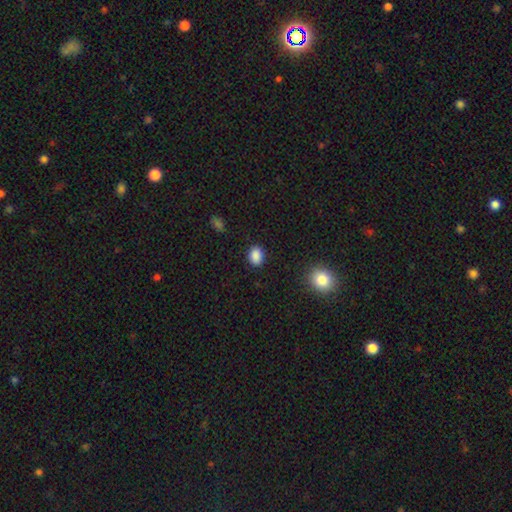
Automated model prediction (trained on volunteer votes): smooth-or-featured: smooth: 88% | star or artifact: 9% | featured or disk: 3%
  how-rounded: in between: 69% | round: 30% | cigar-shaped: 1%
  merging: none: 87% | minor disturbance: 9% | major disturbance: 2% | merger: 1%